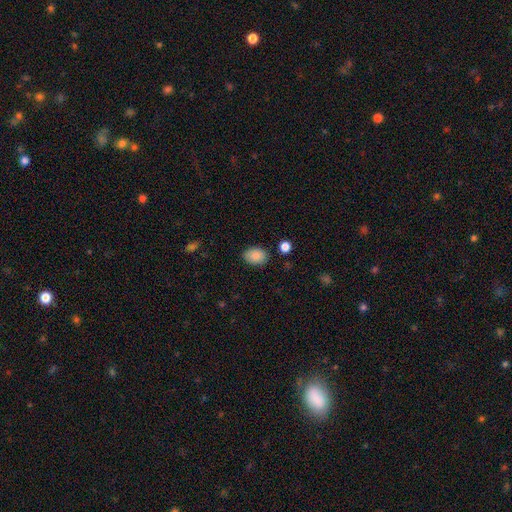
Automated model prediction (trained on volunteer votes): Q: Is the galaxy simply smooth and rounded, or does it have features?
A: smooth — 88%.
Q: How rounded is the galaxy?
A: in between — 78%.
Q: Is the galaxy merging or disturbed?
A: none — 84%.